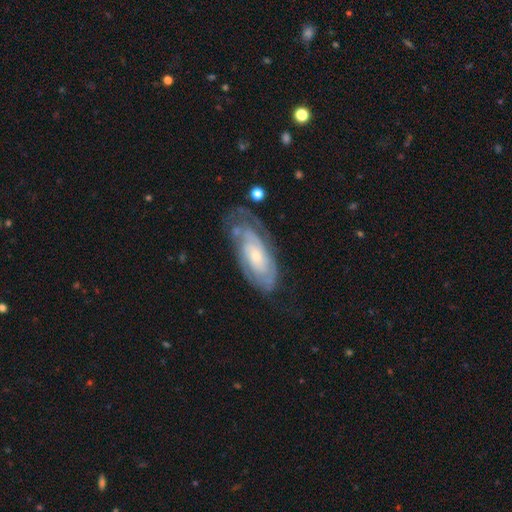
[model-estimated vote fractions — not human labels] The model was most divided on "spiral arm count": can't tell: 48%, 2: 29%, 3: 10%, 4: 5%, 1: 5%, more than 4: 3%. More confident: edge-on disk — no (91%); spiral arms — yes (90%); smooth or featured — featured or disk (78%); bar — no (70%); spiral winding — tight (69%); bulge size — small (61%); merging — none (60%).